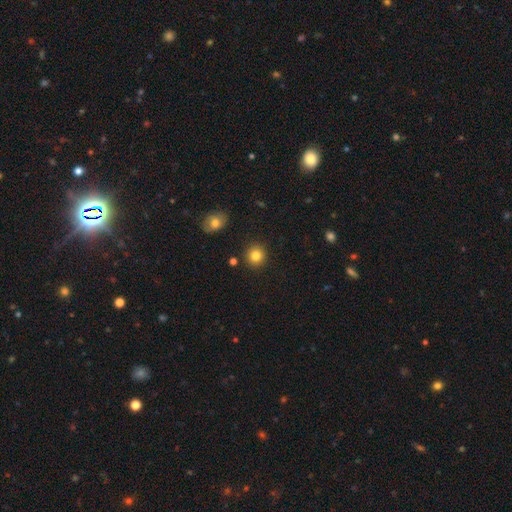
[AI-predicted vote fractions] Overall: smooth (83%). How rounded: round (89%). Merging: none (90%).